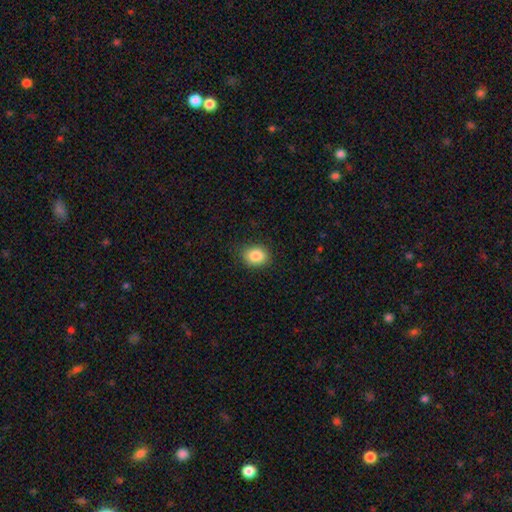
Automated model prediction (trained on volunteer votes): Smooth or featured?
  - smooth: 86% *
  - star or artifact: 9%
  - featured or disk: 5%
How rounded?
  - in between: 58% *
  - round: 41%
  - cigar-shaped: 1%
Merging?
  - none: 85% *
  - minor disturbance: 11%
  - major disturbance: 3%
  - merger: 1%